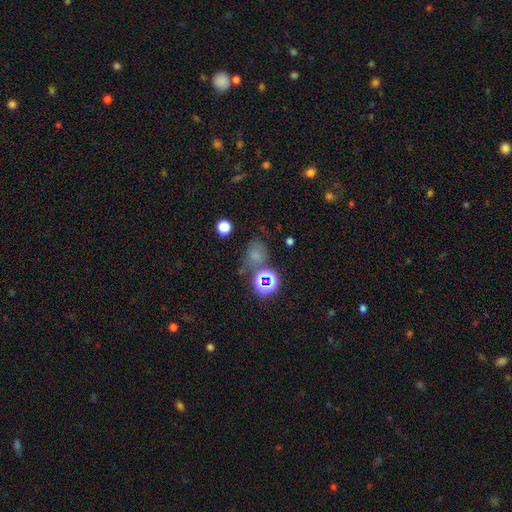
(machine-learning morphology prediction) This appears to be a smooth galaxy with no disk features (58%) that is in between round and cigar-shaped (53%). Merging: none (56%).